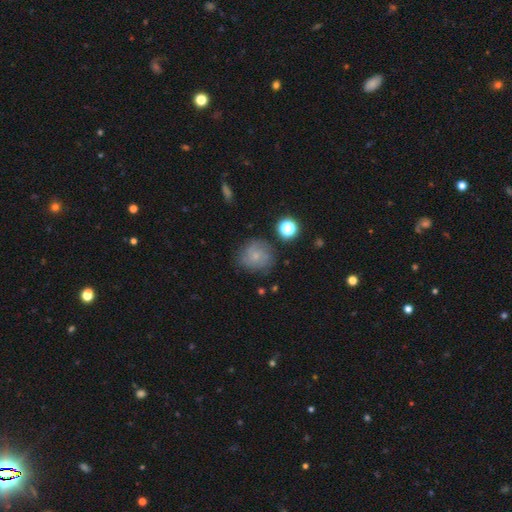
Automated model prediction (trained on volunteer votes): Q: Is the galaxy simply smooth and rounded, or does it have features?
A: smooth — 57%.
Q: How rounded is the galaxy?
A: round — 86%.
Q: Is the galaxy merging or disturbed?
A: none — 70%.